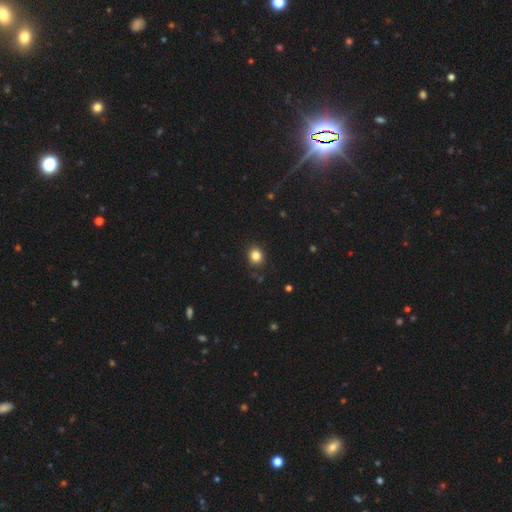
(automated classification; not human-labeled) Q: Smooth or featured?
A: smooth (84%); runner-up: star or artifact (12%)
Q: How rounded?
A: round (70%); runner-up: in between (30%)
Q: Merging?
A: none (88%); runner-up: minor disturbance (9%)